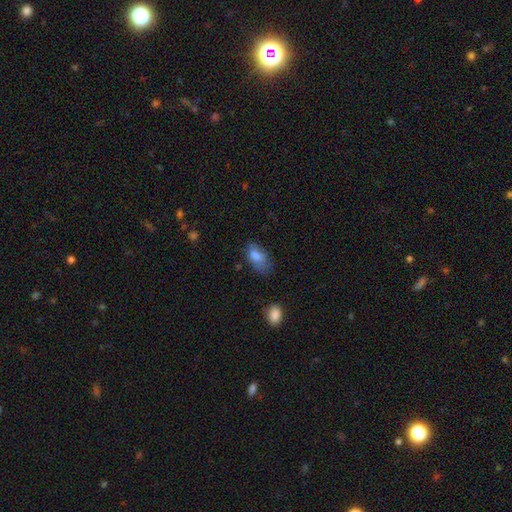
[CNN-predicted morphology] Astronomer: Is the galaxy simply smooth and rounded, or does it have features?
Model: smooth — 78%.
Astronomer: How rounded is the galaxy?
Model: in between — 90%.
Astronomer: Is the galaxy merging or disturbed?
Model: none — 48% (runner-up: minor disturbance, 32%).